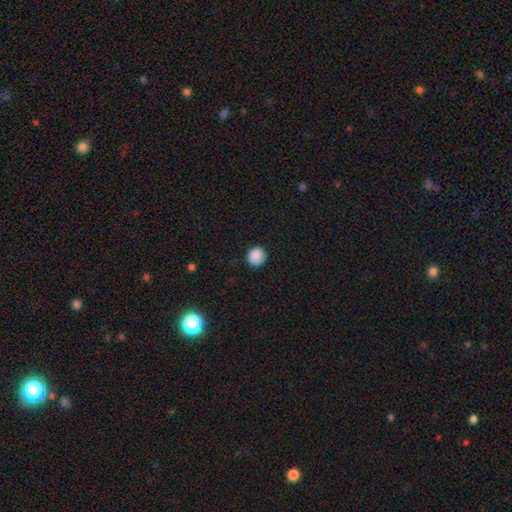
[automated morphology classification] Smooth or featured? Predicted: smooth (p=0.88). How rounded? Predicted: round (p=0.93). Merging? Predicted: none (p=0.89).